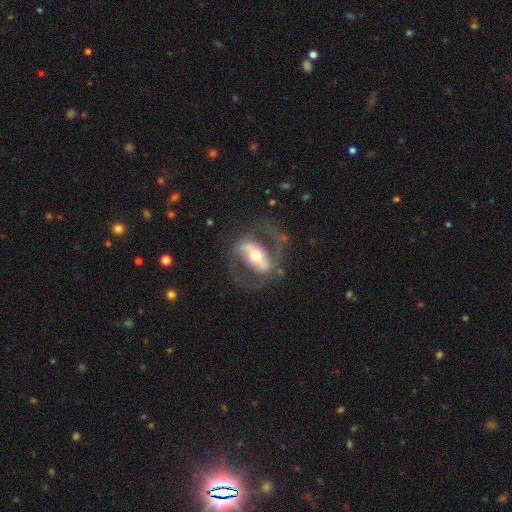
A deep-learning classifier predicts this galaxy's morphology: This is likely a featured or disk galaxy (80%). It is clearly not viewed edge-on (91%). Bar: possibly strong (57%). Spiral arm pattern: likely yes (73%). Spiral arm count: clearly 2 (87%). Spiral winding: possibly medium (51%). Central bulge: likely moderate (69%). Merging: likely none (66%).